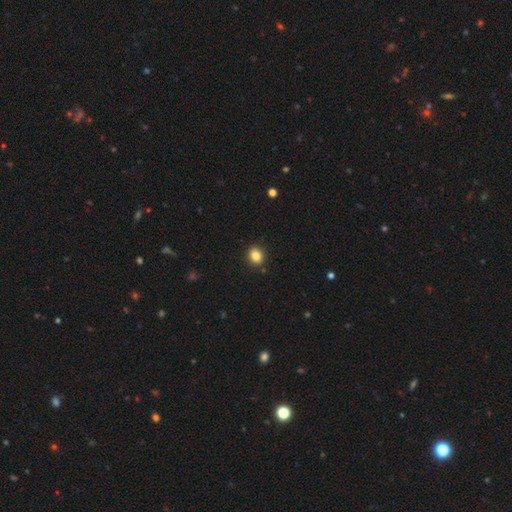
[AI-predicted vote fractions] Smooth or featured? smooth (85%)
How rounded? round (61%)
Merging? none (89%)